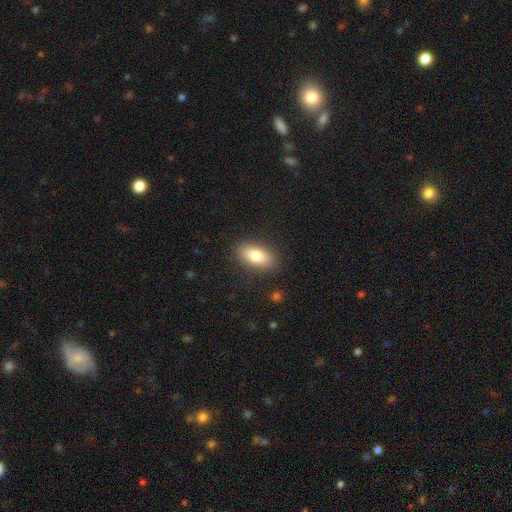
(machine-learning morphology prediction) This appears to be a smooth galaxy with no disk features (79%) that is in between round and cigar-shaped (87%). Merging: none (87%).